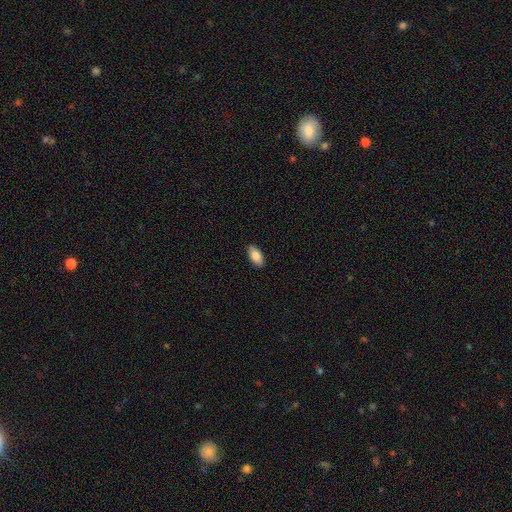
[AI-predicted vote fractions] A smooth galaxy with no disk features (83%) that is in between round and cigar-shaped (90%). Merging: none (90%).